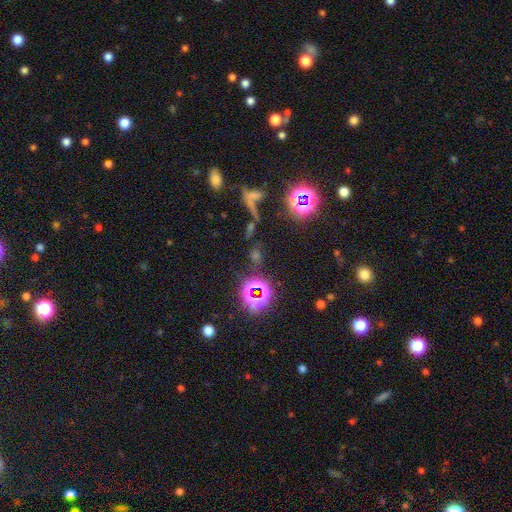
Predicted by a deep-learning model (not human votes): Overall: star or artifact (60%; smooth 28%).